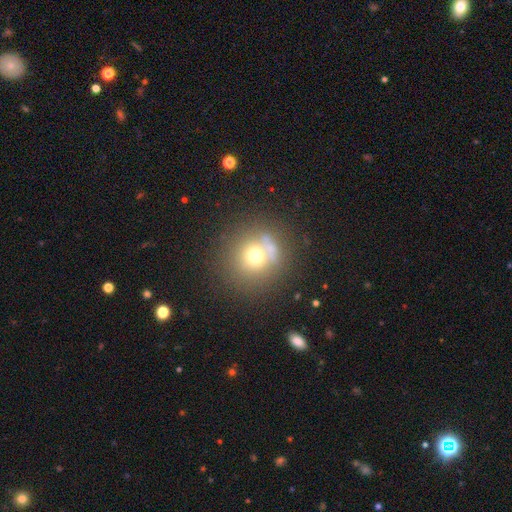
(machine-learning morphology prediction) Overall: smooth (64%). How rounded: round (91%). Merging: none (68%).